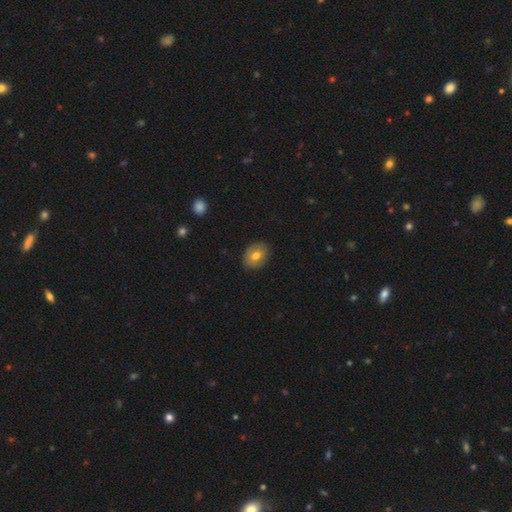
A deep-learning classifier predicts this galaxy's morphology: smooth 71%, featured or disk 21%, star or artifact 8%. Down the decision tree: how rounded — in between (64%); merging — none (86%).